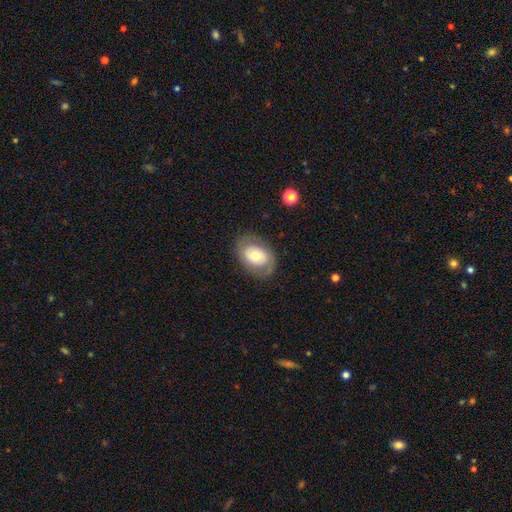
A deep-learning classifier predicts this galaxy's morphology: smooth-or-featured: smooth: 54% | featured or disk: 39% | star or artifact: 7%
  how-rounded: in between: 74% | round: 25% | cigar-shaped: 1%
  merging: none: 76% | minor disturbance: 15% | major disturbance: 7% | merger: 1%